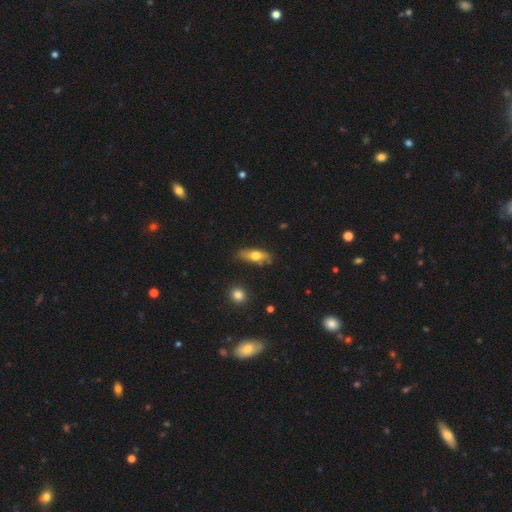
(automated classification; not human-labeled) This appears to be a smooth galaxy with no disk features (61%) that is in between round and cigar-shaped (61%). Merging: none (71%).